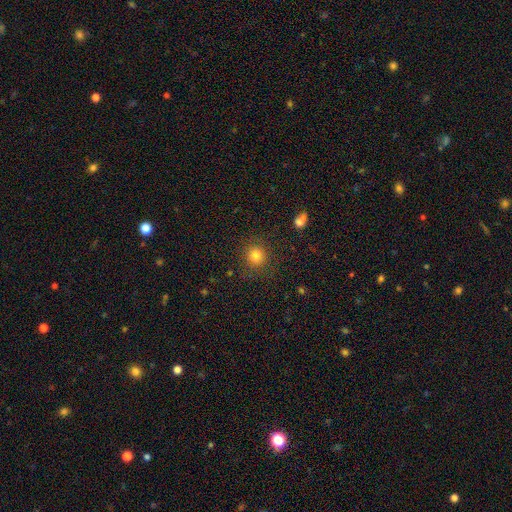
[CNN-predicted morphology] smooth-or-featured: smooth: 82% | star or artifact: 13% | featured or disk: 6%
  how-rounded: round: 90% | in between: 9% | cigar-shaped: 1%
  merging: none: 86% | minor disturbance: 8% | major disturbance: 4% | merger: 2%